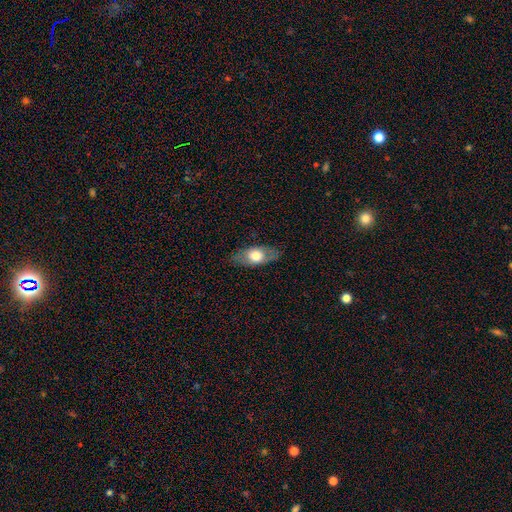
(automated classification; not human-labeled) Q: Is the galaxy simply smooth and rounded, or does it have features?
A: smooth — 60%.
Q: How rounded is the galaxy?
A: in between — 81%.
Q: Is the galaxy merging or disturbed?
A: none — 81%.